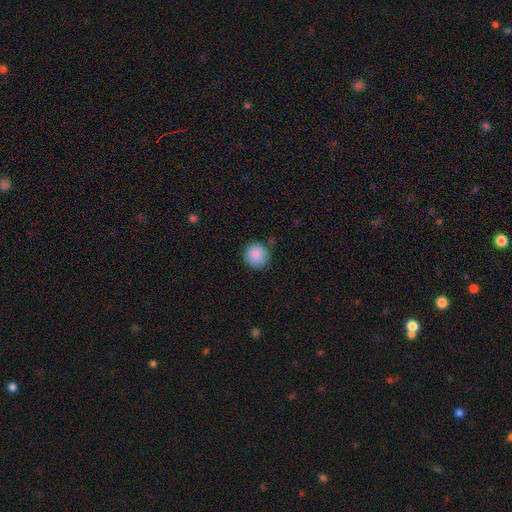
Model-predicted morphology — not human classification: smooth_or_featured: smooth (p=0.88) [alt: star or artifact p=0.08]
how_rounded: round (p=0.94) [alt: in between p=0.05]
merging: none (p=0.86) [alt: minor disturbance p=0.10]